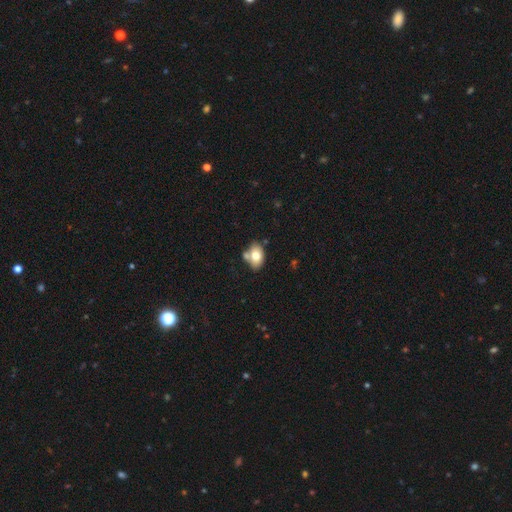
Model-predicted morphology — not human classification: Smooth or featured?
  - smooth: 73% *
  - featured or disk: 19%
  - star or artifact: 8%
How rounded?
  - in between: 83% *
  - round: 15%
  - cigar-shaped: 1%
Merging?
  - none: 59% *
  - merger: 21%
  - minor disturbance: 16%
  - major disturbance: 4%